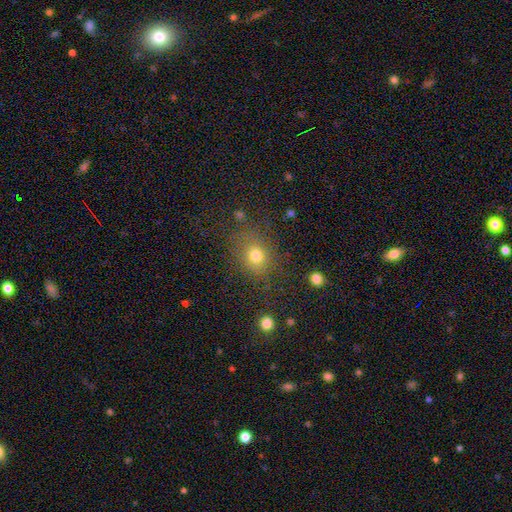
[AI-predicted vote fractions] A smooth galaxy with no disk features (76%) that is round (61%).

Vote fractions:
- Smooth or featured? smooth: 76% / star or artifact: 16% / featured or disk: 9%
- How rounded? round: 61% / in between: 38% / cigar-shaped: 1%
- Merging? none: 76% / minor disturbance: 14% / major disturbance: 7% / merger: 3%